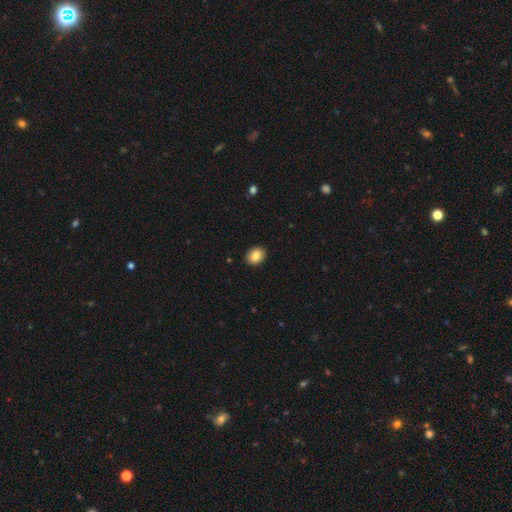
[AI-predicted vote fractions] A smooth galaxy with no disk features (85%) that is in between round and cigar-shaped (58%).

Vote fractions:
- Smooth or featured? smooth: 85% / star or artifact: 8% / featured or disk: 7%
- How rounded? in between: 58% / round: 42% / cigar-shaped: 1%
- Merging? none: 91% / minor disturbance: 7% / major disturbance: 2% / merger: 1%